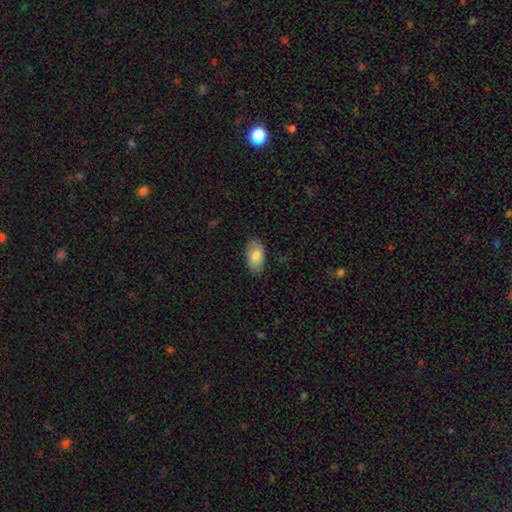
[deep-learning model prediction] A smooth galaxy with no disk features (86%) that is in between round and cigar-shaped (94%).

Vote fractions:
- Smooth or featured? smooth: 86% / featured or disk: 8% / star or artifact: 6%
- How rounded? in between: 94% / round: 3% / cigar-shaped: 3%
- Merging? none: 85% / minor disturbance: 12% / major disturbance: 3% / merger: 1%